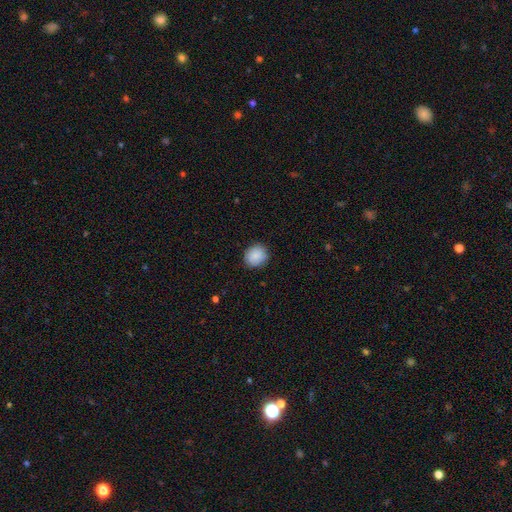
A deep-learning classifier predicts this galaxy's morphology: This appears to be a smooth galaxy with no disk features (87%) that is round (81%). Merging: none (87%).